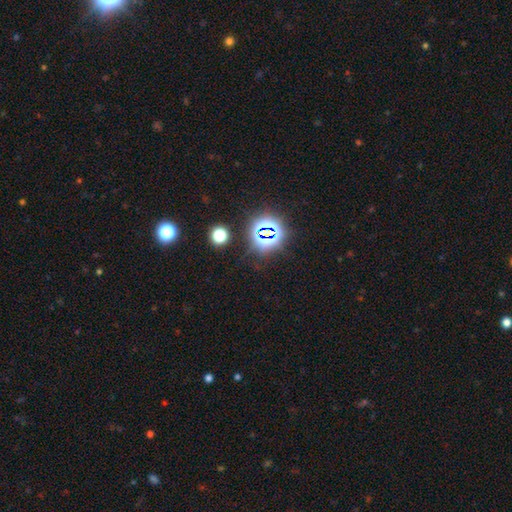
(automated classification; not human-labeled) Smooth or featured? Predicted: star or artifact (p=0.81).